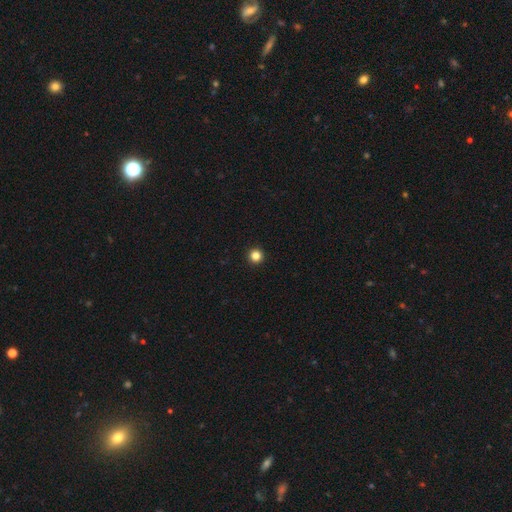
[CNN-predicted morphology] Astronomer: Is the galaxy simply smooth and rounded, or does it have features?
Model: smooth — 84%.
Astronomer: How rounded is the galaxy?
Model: round — 97%.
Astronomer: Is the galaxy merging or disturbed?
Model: none — 94%.